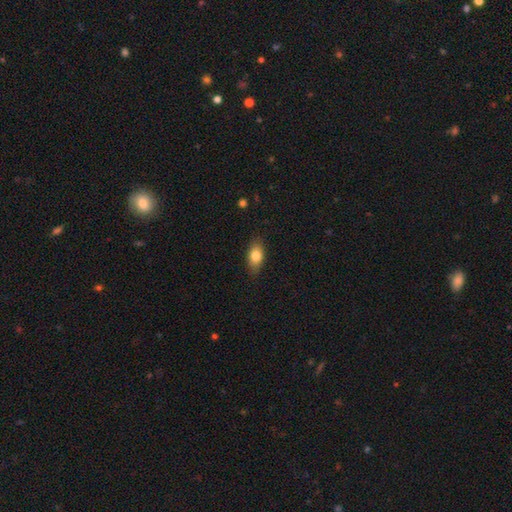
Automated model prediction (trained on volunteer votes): Smooth or featured? Predicted: smooth (p=0.80). How rounded? Predicted: in between (p=0.85). Merging? Predicted: none (p=0.84).